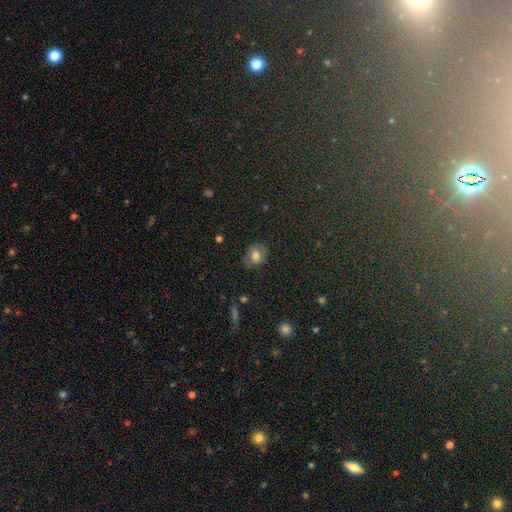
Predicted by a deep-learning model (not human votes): The model was most divided on "how rounded": round: 55%, in between: 44%, cigar-shaped: 1%. More confident: merging — none (70%); smooth or featured — smooth (61%).